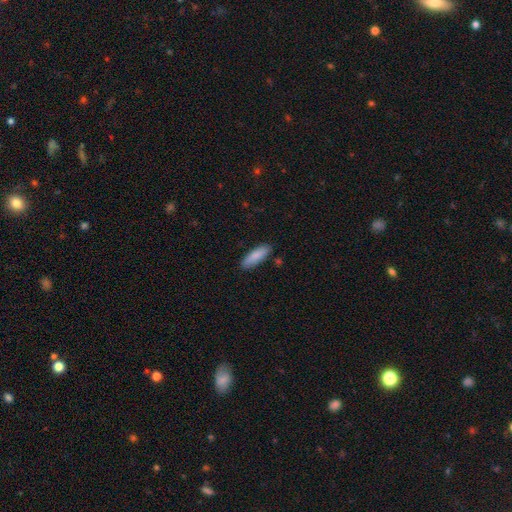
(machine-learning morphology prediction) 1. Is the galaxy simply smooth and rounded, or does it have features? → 86% smooth, 9% featured or disk, 6% star or artifact.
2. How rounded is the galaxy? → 49% in between (tied), 49% cigar-shaped (tied), 2% round.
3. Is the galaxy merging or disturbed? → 87% none, 10% minor disturbance, 2% major disturbance, 2% merger.